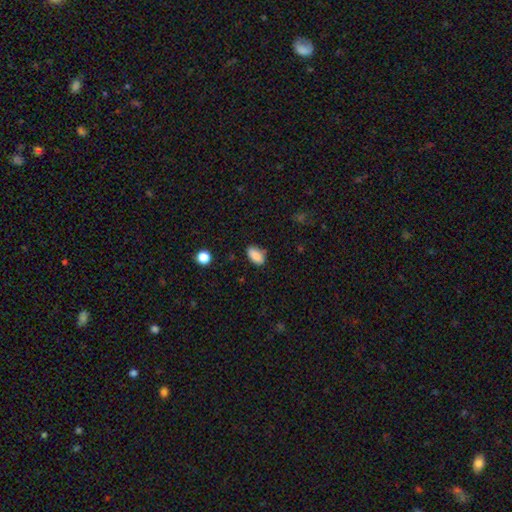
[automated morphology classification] smooth 87%, star or artifact 8%, featured or disk 5%. Down the decision tree: how rounded — in between (91%); merging — none (78%).